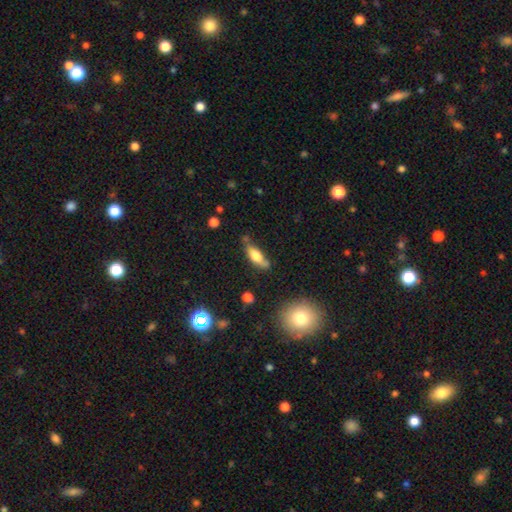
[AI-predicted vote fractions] The model was most divided on "how rounded": in between: 58%, cigar-shaped: 39%, round: 3%. More confident: smooth or featured — smooth (63%); merging — none (60%).